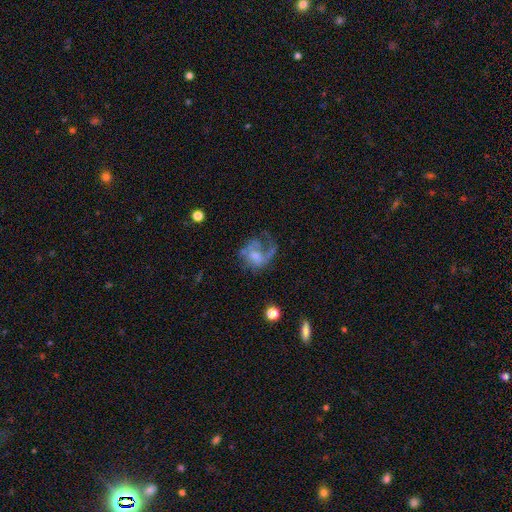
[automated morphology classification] This is possibly a featured or disk galaxy (58%). It is clearly not viewed edge-on (98%). Bar: likely no (71%). Spiral arm pattern: possibly yes (59%). Central bulge: marginally moderate (35%). Merging: possibly major disturbance (48%).